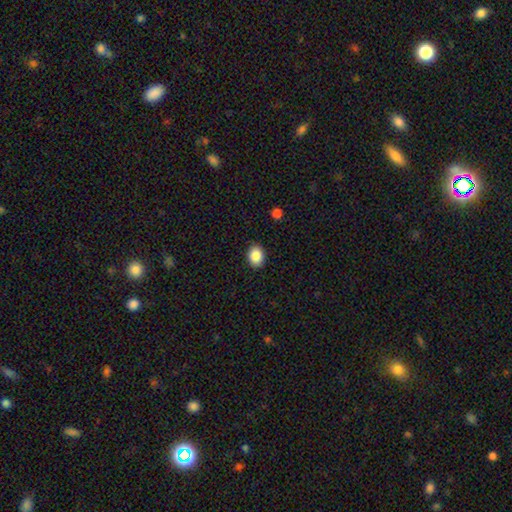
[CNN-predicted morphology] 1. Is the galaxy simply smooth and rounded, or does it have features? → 87% smooth, 9% star or artifact, 4% featured or disk.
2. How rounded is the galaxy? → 53% in between, 47% round, 1% cigar-shaped.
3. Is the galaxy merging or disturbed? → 89% none, 8% minor disturbance, 2% major disturbance, 1% merger.